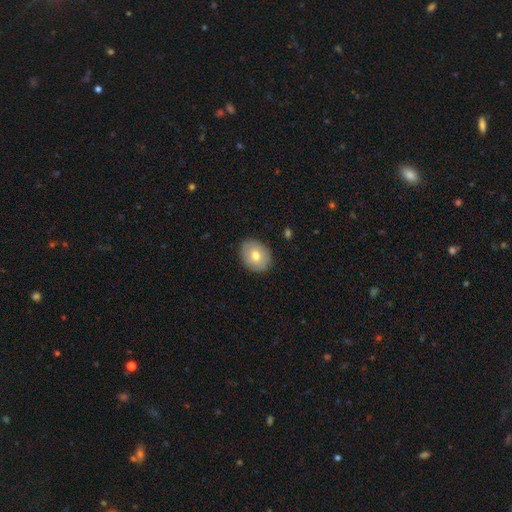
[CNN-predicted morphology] The model was most divided on "how rounded": in between: 50%, round: 49%, cigar-shaped: 1%. More confident: merging — none (87%); smooth or featured — smooth (72%).